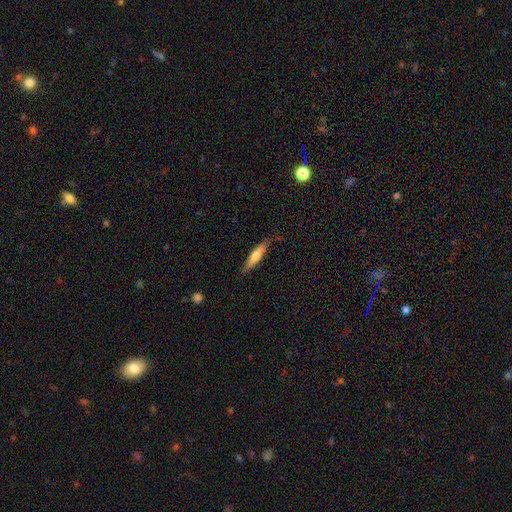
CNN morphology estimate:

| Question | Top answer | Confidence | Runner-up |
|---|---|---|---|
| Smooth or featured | smooth | 58% | featured or disk (37%) |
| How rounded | cigar-shaped | 86% | in between (13%) |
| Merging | none | 84% | minor disturbance (13%) |